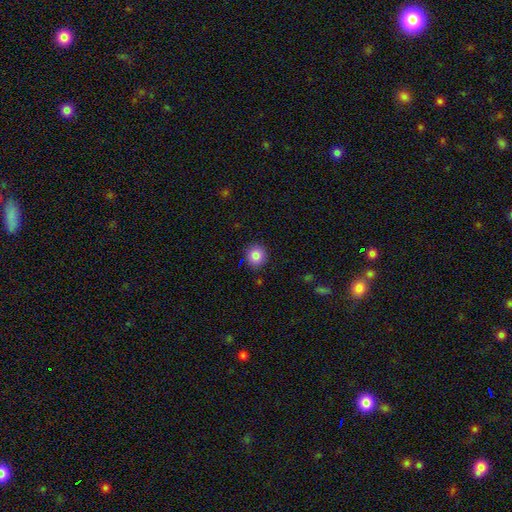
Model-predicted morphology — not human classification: smooth_or_featured: smooth (p=0.83) [alt: star or artifact p=0.10]
how_rounded: round (p=0.90) [alt: in between p=0.09]
merging: none (p=0.90) [alt: minor disturbance p=0.07]